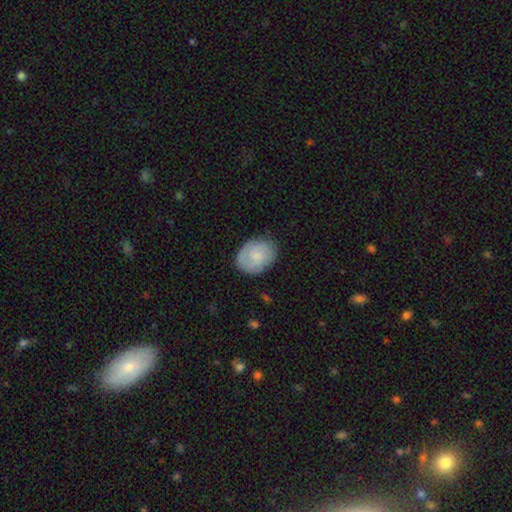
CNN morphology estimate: Smooth or featured? smooth (63%)
How rounded? in between (60%)
Merging? none (80%)